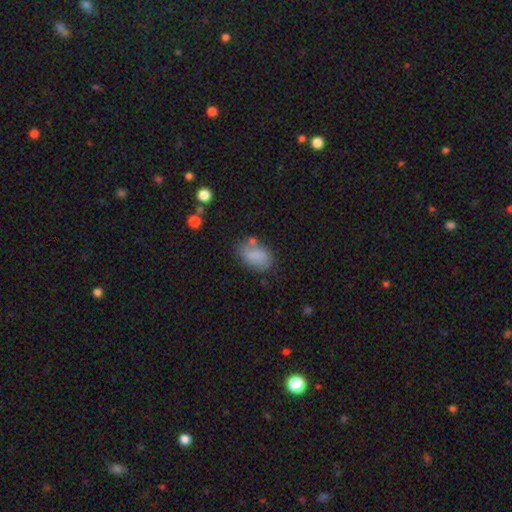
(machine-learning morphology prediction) smooth_or_featured: smooth (p=0.78) [alt: featured or disk p=0.13]
how_rounded: in between (p=0.86) [alt: round p=0.13]
merging: none (p=0.61) [alt: minor disturbance p=0.22]